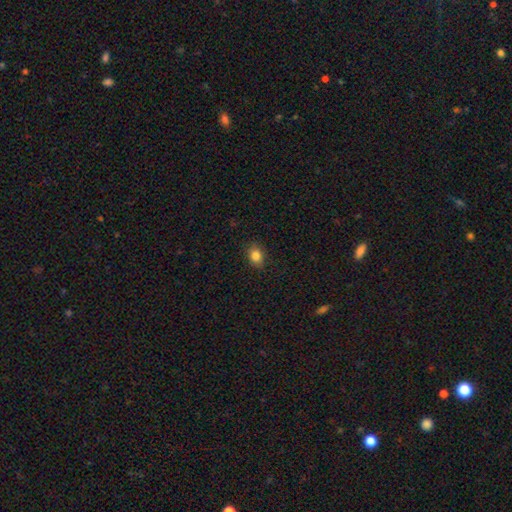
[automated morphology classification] smooth_or_featured: smooth (p=0.84) [alt: star or artifact p=0.10]
how_rounded: in between (p=0.57) [alt: round p=0.42]
merging: none (p=0.87) [alt: minor disturbance p=0.10]